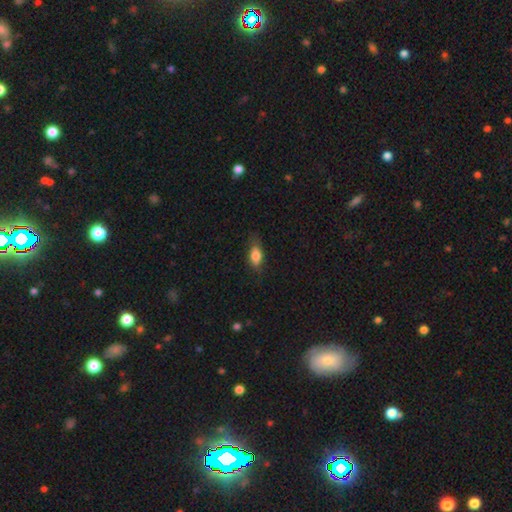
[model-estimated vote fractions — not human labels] Overall: smooth (79%). How rounded: in between (82%). Merging: none (68%).